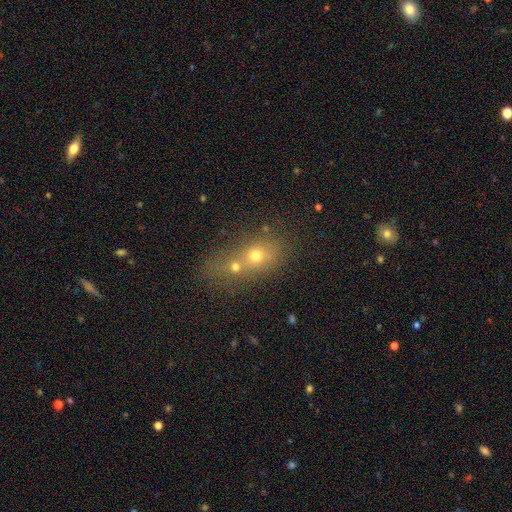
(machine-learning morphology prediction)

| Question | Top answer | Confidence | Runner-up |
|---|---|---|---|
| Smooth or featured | smooth | 57% | featured or disk (22%) |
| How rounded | round | 53% | in between (43%) |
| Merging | merger | 61% | none (27%) |